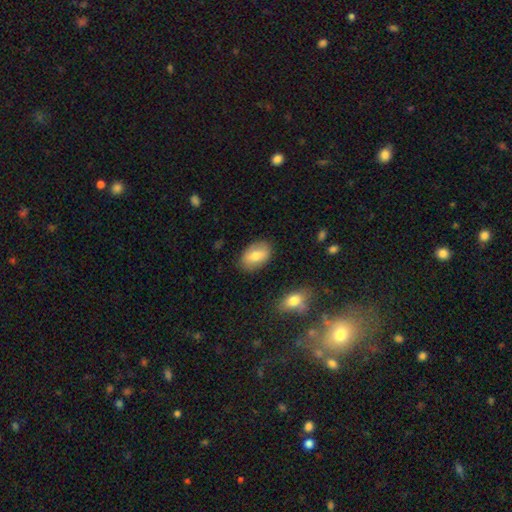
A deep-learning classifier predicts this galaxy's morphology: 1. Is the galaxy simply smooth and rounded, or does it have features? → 71% smooth, 22% featured or disk, 7% star or artifact.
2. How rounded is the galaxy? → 89% in between, 9% round, 2% cigar-shaped.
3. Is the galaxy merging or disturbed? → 85% none, 10% minor disturbance, 3% major disturbance, 2% merger.